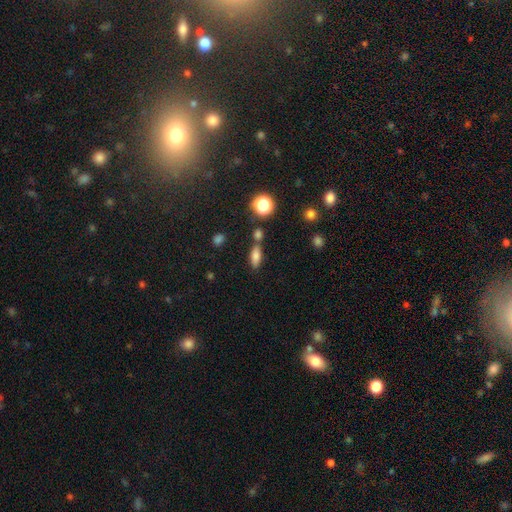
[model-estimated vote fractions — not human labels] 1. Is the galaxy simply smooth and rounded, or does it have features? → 76% smooth, 13% star or artifact, 11% featured or disk.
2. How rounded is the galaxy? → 71% in between, 21% cigar-shaped, 8% round.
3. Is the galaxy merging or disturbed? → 67% none, 16% merger, 13% minor disturbance, 4% major disturbance.